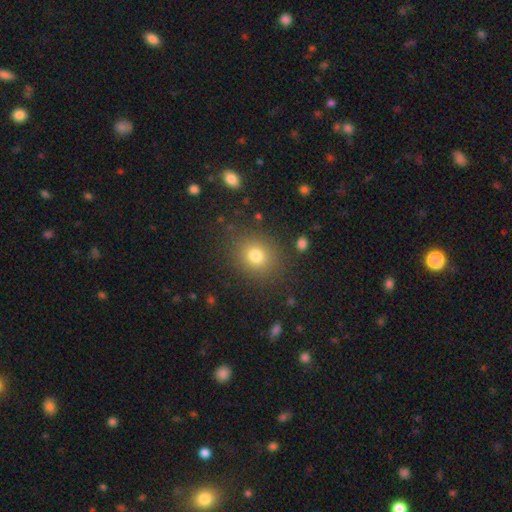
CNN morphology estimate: Smooth or featured? smooth (77%)
How rounded? round (68%)
Merging? none (85%)